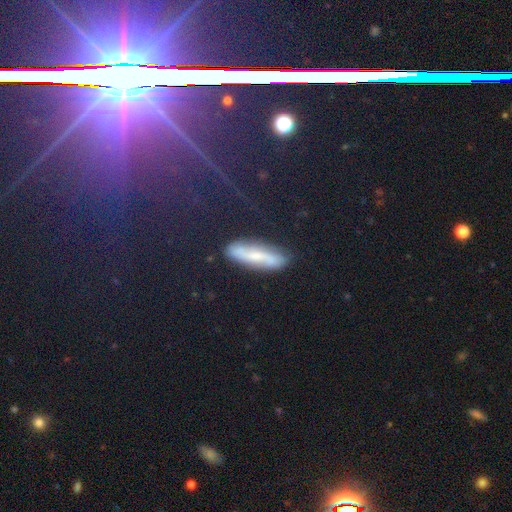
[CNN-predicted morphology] Smooth or featured? featured or disk (44%)
Merging? none (79%)